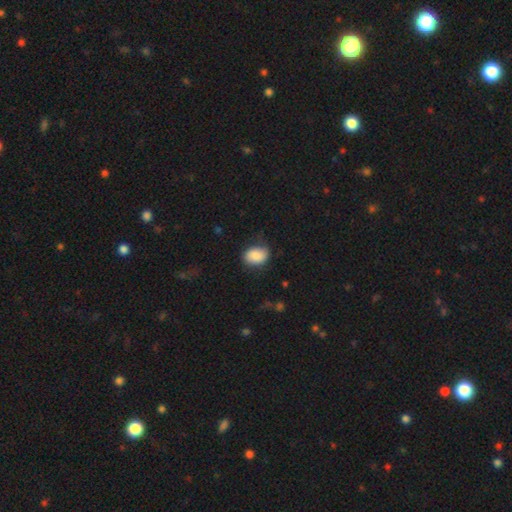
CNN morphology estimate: type=smooth (84%); roundness=in between (70%); merging=none (72%).